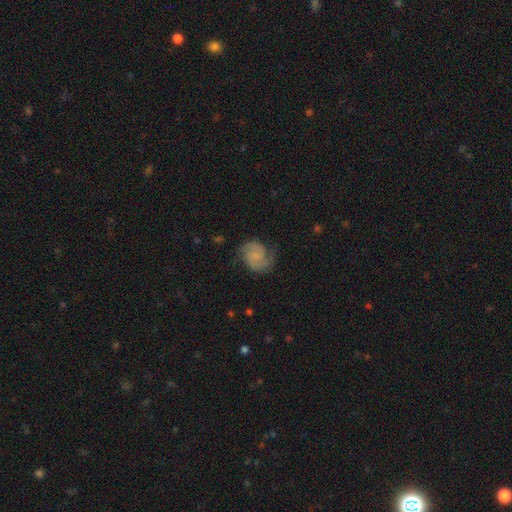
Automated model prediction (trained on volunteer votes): smooth-or-featured: featured or disk: 78% | smooth: 15% | star or artifact: 7%
  disk-edge-on: no: 98% | yes: 2%
    bar: no: 60% | weak: 34% | strong: 5%
    has-spiral-arms: yes: 97% | no: 3%
      spiral-winding: medium: 47% | tight: 39% | loose: 15%
      spiral-arm-count: 2: 88% | can't tell: 5% | 3: 3% | 1: 2% | 4: 1% | more than 4: 1%
    bulge-size: small: 49% | none: 36% | moderate: 13% | large: 2% | dominant: 1%
  merging: none: 76% | minor disturbance: 17% | major disturbance: 7% | merger: 1%